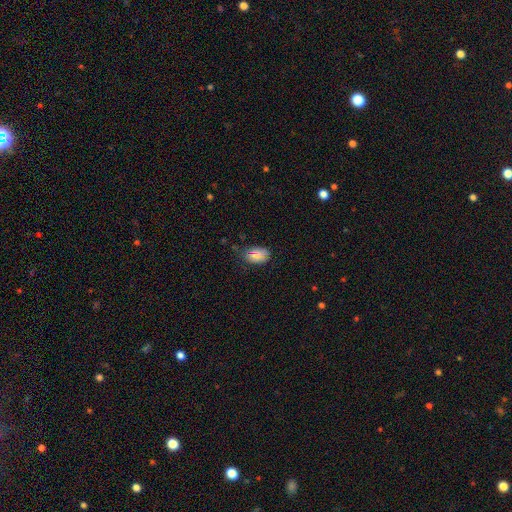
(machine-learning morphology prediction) smooth_or_featured: smooth (p=0.80) [alt: featured or disk p=0.10]
how_rounded: in between (p=0.90) [alt: round p=0.08]
merging: none (p=0.60) [alt: minor disturbance p=0.31]